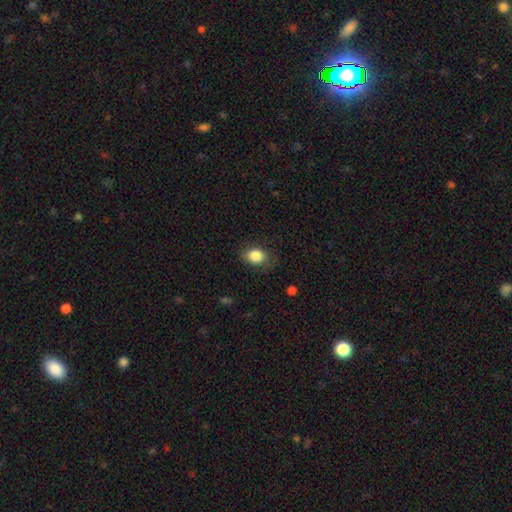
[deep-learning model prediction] smooth-or-featured: smooth: 85% | star or artifact: 8% | featured or disk: 6%
  how-rounded: in between: 60% | round: 38% | cigar-shaped: 1%
  merging: none: 75% | minor disturbance: 18% | major disturbance: 6% | merger: 1%